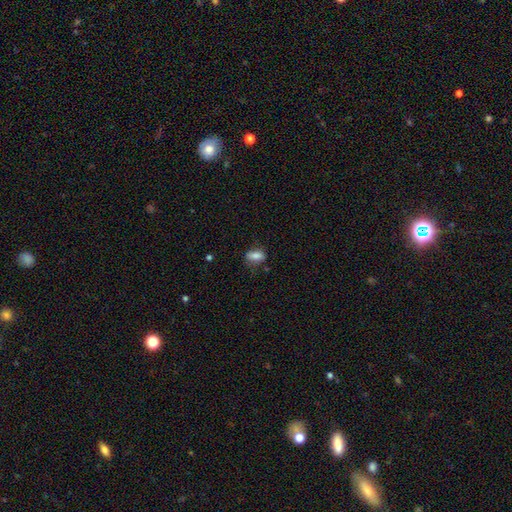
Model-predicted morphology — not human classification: This is likely a smooth galaxy (78%). How rounded: clearly in between (80%). Merging: likely none (66%).